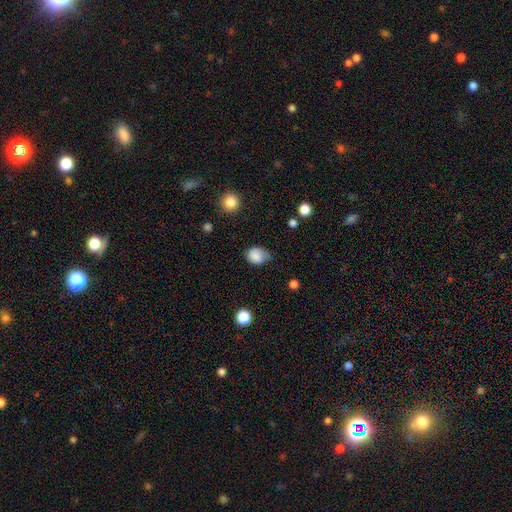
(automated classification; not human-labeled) smooth-or-featured: smooth: 83% | star or artifact: 9% | featured or disk: 8%
  how-rounded: in between: 53% | round: 46% | cigar-shaped: 1%
  merging: none: 51% | minor disturbance: 36% | major disturbance: 10% | merger: 2%